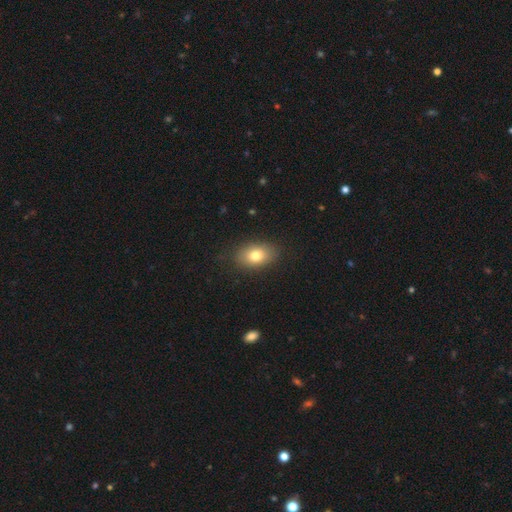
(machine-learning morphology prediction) Smooth or featured: smooth — 79% (featured or disk — 13%)
How rounded: in between — 84% (round — 15%)
Merging: none — 86% (minor disturbance — 11%)